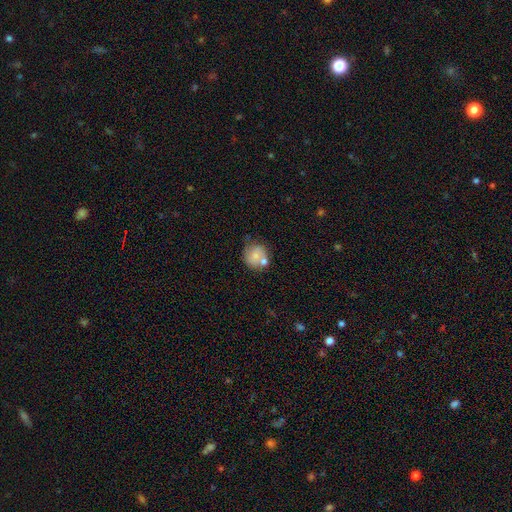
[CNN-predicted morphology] smooth-or-featured: smooth: 66% | featured or disk: 25% | star or artifact: 9%
  how-rounded: round: 82% | in between: 17% | cigar-shaped: 1%
  merging: none: 51% | merger: 22% | minor disturbance: 20% | major disturbance: 6%